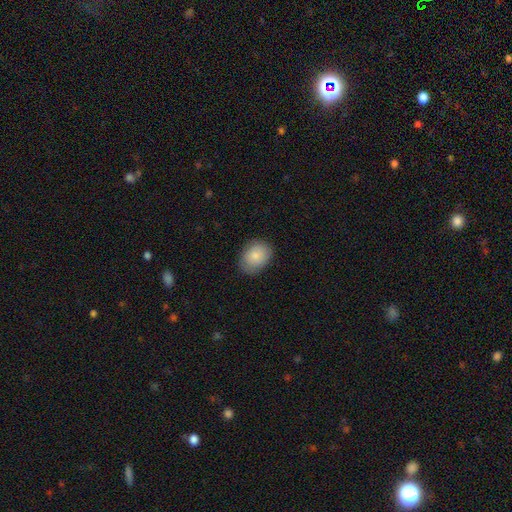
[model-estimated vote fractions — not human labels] This appears to be a smooth galaxy with no disk features (83%) that is in between round and cigar-shaped (65%). Merging: none (80%).